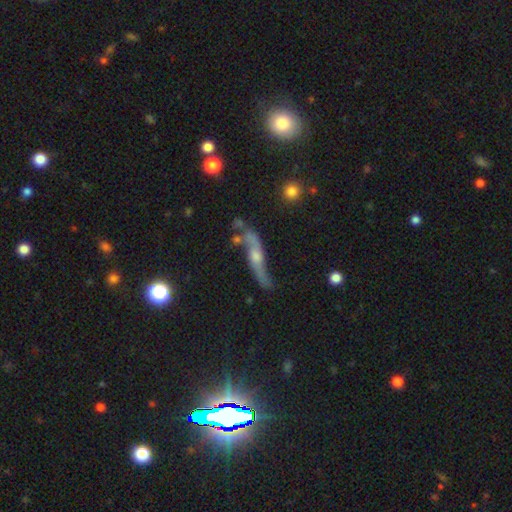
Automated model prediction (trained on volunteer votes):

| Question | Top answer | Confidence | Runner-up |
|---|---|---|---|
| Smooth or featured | featured or disk | 73% | smooth (19%) |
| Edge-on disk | yes | 51% | no (49%) |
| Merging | none | 55% | minor disturbance (24%) |